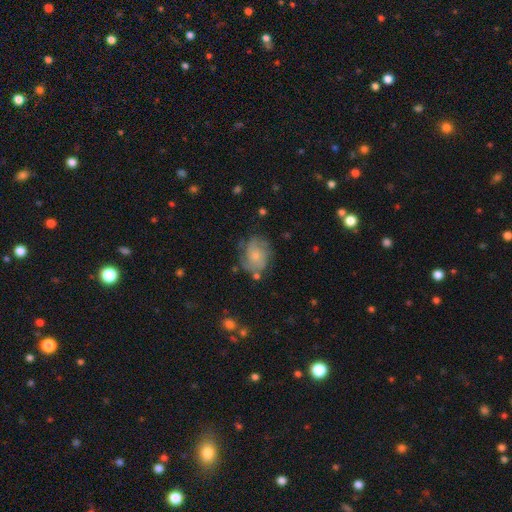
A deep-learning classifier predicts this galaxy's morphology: Smooth or featured: featured or disk — 58% (smooth — 34%)
Edge-on disk: no — 97% (yes — 3%)
Bar: no — 78% (weak — 19%)
Spiral arms: yes — 82% (no — 18%)
Bulge size: small — 61% (moderate — 31%)
Merging: none — 61% (minor disturbance — 25%)